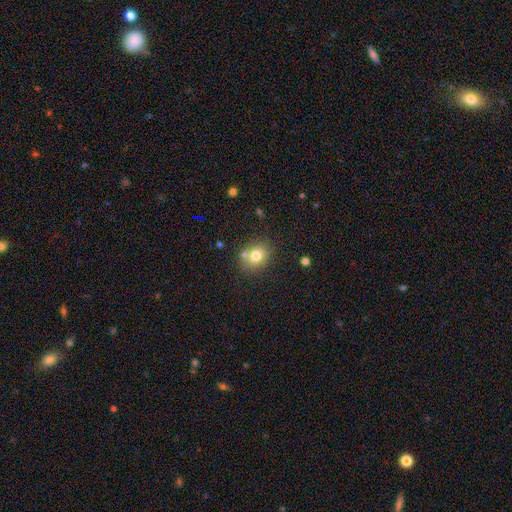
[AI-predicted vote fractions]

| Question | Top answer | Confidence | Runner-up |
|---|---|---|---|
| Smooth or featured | smooth | 76% | featured or disk (12%) |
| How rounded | round | 68% | in between (31%) |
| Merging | none | 72% | merger (13%) |